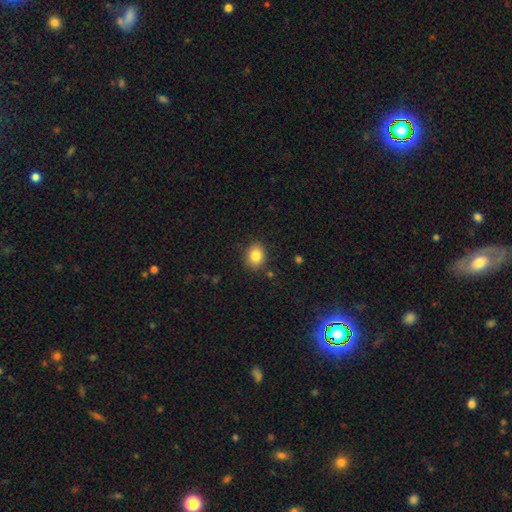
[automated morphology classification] Smooth or featured? smooth (83%)
How rounded? round (52%)
Merging? none (87%)